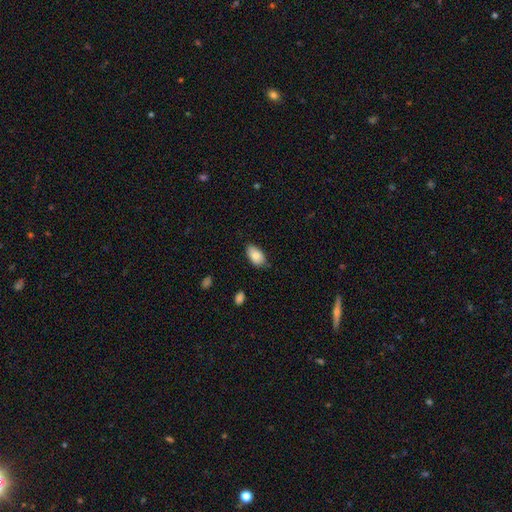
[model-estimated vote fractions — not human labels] Smooth or featured: smooth — 83% (featured or disk — 10%)
How rounded: in between — 94% (round — 5%)
Merging: none — 76% (minor disturbance — 20%)